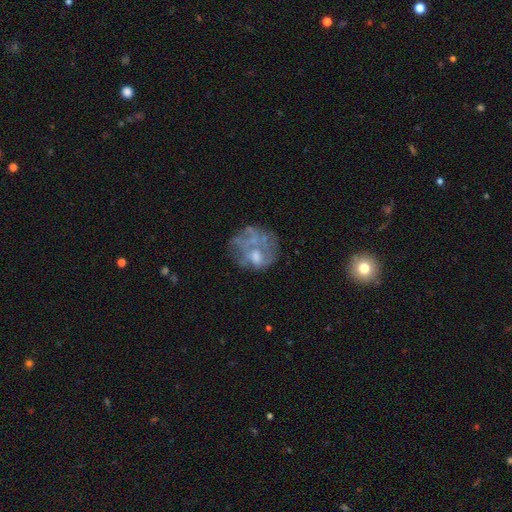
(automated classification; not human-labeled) Smooth or featured? featured or disk (55%)
Edge-on disk? no (98%)
Bar? no (87%)
Spiral arms? no (83%)
Bulge size? moderate (44%)
Merging? none (47%)